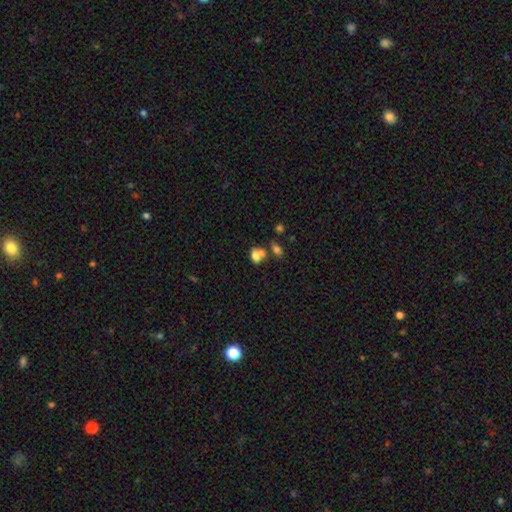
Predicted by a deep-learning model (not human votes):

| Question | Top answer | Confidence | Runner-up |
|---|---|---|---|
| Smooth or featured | smooth | 73% | featured or disk (15%) |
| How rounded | in between | 65% | round (34%) |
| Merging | merger | 49% | none (31%) |